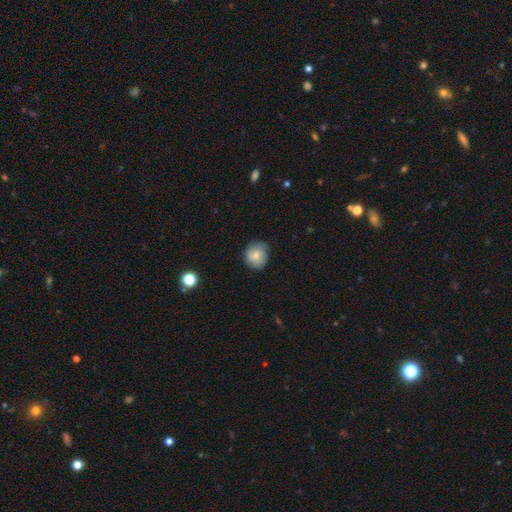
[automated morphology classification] Smooth or featured: smooth — 72% (featured or disk — 20%)
How rounded: round — 80% (in between — 19%)
Merging: none — 77% (minor disturbance — 18%)